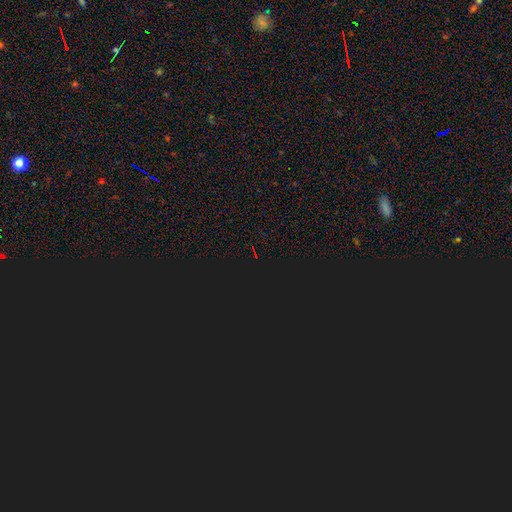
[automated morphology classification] Smooth or featured: star or artifact — 83% (smooth — 11%)